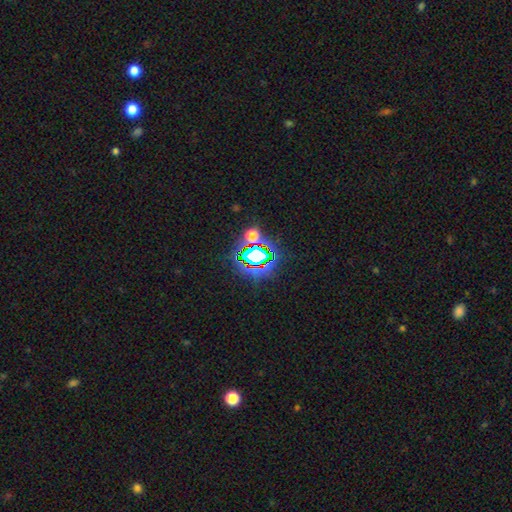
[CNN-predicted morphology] Smooth or featured?
  - star or artifact: 67% *
  - smooth: 21%
  - featured or disk: 12%